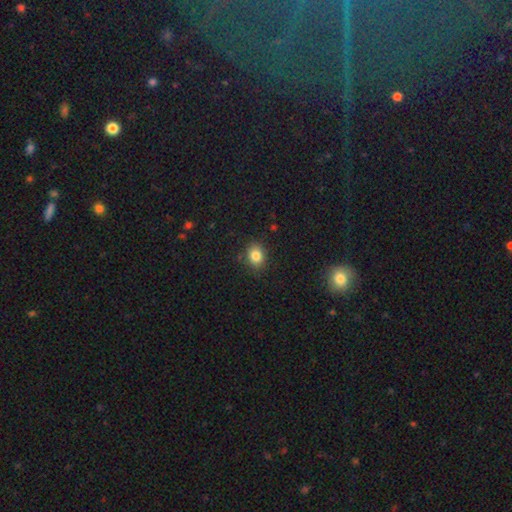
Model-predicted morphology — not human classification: smooth_or_featured: smooth (p=0.83) [alt: star or artifact p=0.11]
how_rounded: round (p=0.52) [alt: in between p=0.47]
merging: none (p=0.85) [alt: minor disturbance p=0.10]